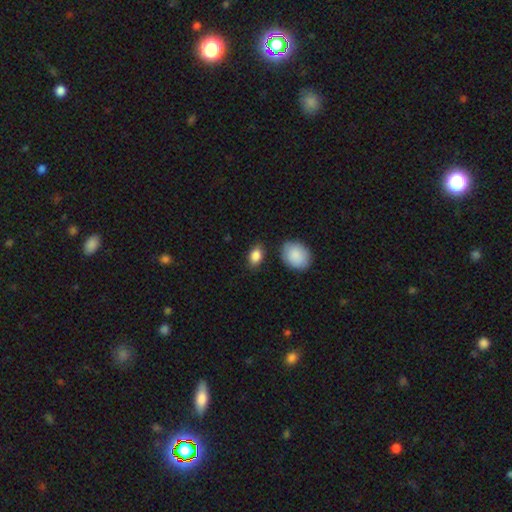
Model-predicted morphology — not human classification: The model was most divided on "merging": none: 80%, minor disturbance: 14%, merger: 4%, major disturbance: 3%. More confident: smooth or featured — smooth (87%); how rounded — in between (84%).